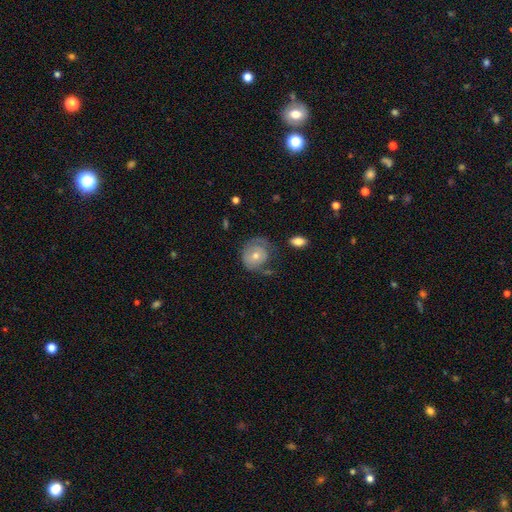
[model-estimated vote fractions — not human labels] Smooth or featured? Predicted: featured or disk (p=0.53). Edge-on disk? Predicted: no (p=0.96). Bar? Predicted: no (p=0.83). Spiral arms? Predicted: yes (p=0.58). Bulge size? Predicted: moderate (p=0.53). Merging? Predicted: none (p=0.51).